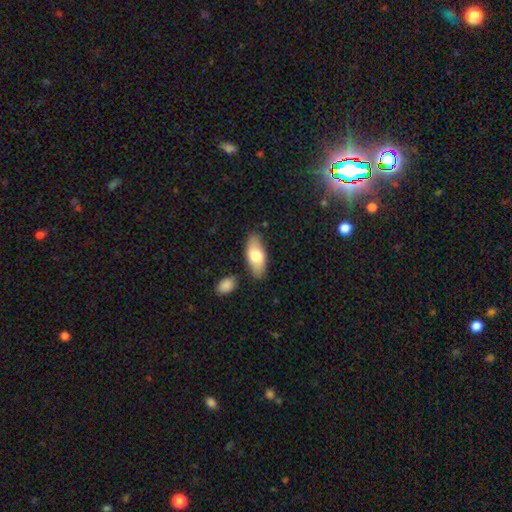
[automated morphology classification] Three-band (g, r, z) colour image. It shows a smooth galaxy with no disk features (71%) that is in between round and cigar-shaped (86%). Merging: none (82%).